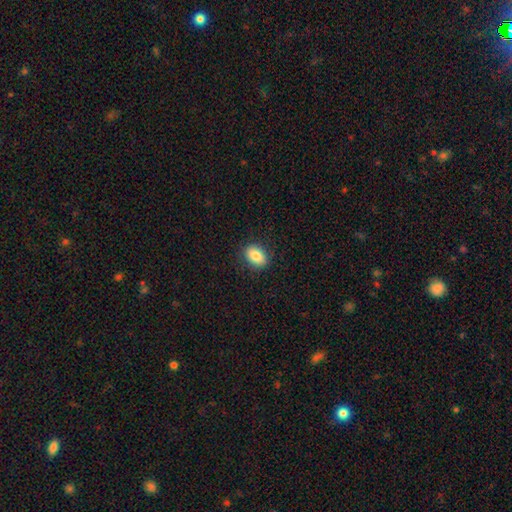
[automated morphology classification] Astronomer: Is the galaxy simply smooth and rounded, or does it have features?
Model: smooth — 85%.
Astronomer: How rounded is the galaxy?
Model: in between — 80%.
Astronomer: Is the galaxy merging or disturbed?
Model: none — 88%.